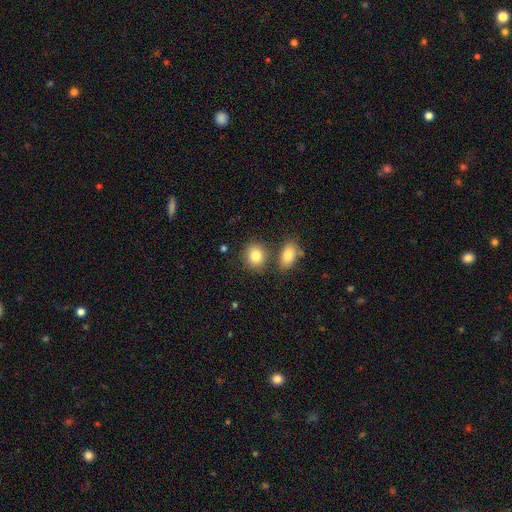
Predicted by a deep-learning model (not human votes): Smooth or featured?
  - smooth: 84% *
  - star or artifact: 9%
  - featured or disk: 8%
How rounded?
  - round: 61% *
  - in between: 38%
  - cigar-shaped: 1%
Merging?
  - none: 69% *
  - merger: 18%
  - minor disturbance: 10%
  - major disturbance: 3%